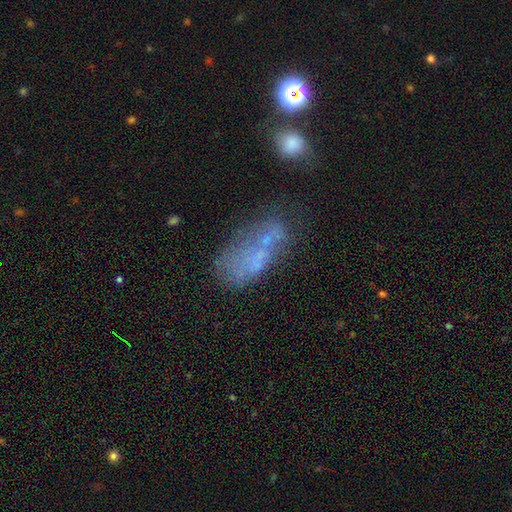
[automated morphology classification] Q: Smooth or featured?
A: smooth (40%); runner-up: featured or disk (39%)
Q: Merging?
A: none (34%); runner-up: merger (24%)